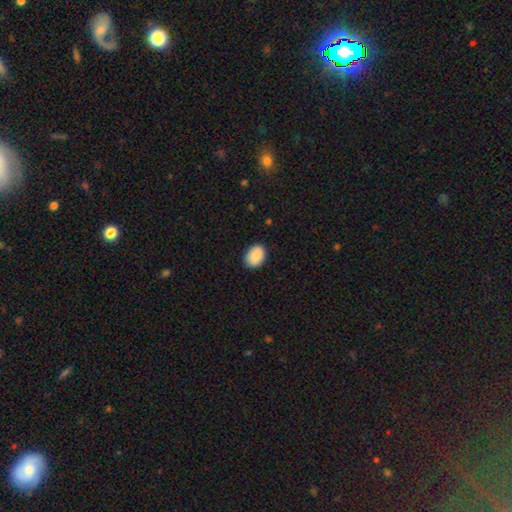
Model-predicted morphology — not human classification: smooth-or-featured: smooth: 90% | star or artifact: 6% | featured or disk: 4%
  how-rounded: in between: 72% | round: 27% | cigar-shaped: 1%
  merging: none: 87% | minor disturbance: 10% | major disturbance: 2% | merger: 1%